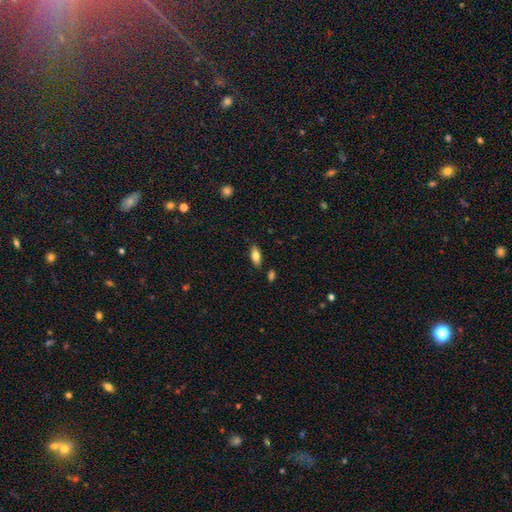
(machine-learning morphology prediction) Smooth or featured: smooth — 80% (featured or disk — 13%)
How rounded: in between — 86% (cigar-shaped — 11%)
Merging: none — 83% (minor disturbance — 11%)